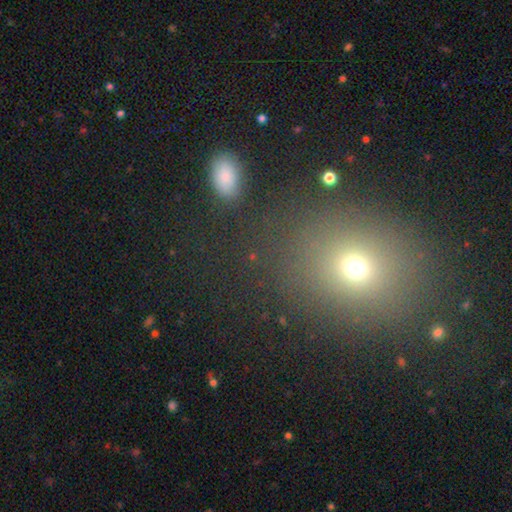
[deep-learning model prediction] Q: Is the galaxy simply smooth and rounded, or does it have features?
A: smooth — 60%.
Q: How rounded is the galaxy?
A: in between — 50%.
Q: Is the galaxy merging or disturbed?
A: none — 78%.